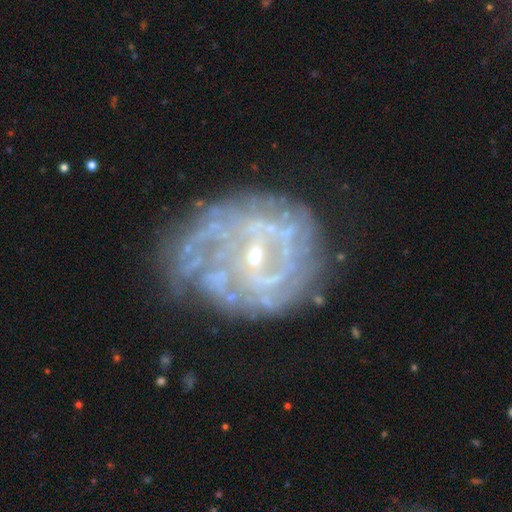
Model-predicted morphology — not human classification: smooth-or-featured: featured or disk: 83% | smooth: 9% | star or artifact: 8%
  disk-edge-on: no: 98% | yes: 2%
    bar: no: 45% | weak: 41% | strong: 14%
    has-spiral-arms: yes: 80% | no: 20%
      spiral-winding: tight: 55% | medium: 31% | loose: 14%
      spiral-arm-count: can't tell: 45% | 2: 22% | 3: 12% | 4: 8% | 1: 7% | more than 4: 6%
    bulge-size: small: 77% | moderate: 18% | none: 4% | large: 1% | dominant: 1%
  merging: none: 58% | minor disturbance: 22% | major disturbance: 17% | merger: 3%